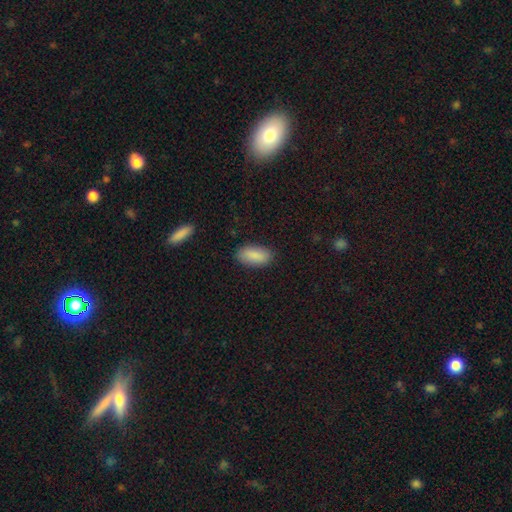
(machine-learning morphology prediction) Overall: smooth (88%). How rounded: in between (89%). Merging: none (86%).